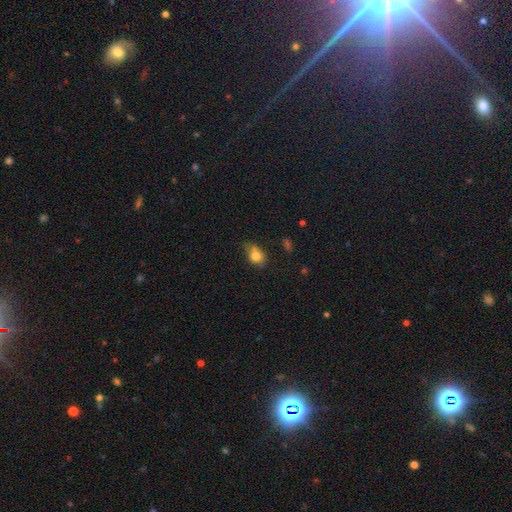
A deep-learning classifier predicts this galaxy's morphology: smooth_or_featured: smooth (p=0.78) [alt: featured or disk p=0.12]
how_rounded: in between (p=0.59) [alt: round p=0.38]
merging: none (p=0.46) [alt: minor disturbance p=0.34]